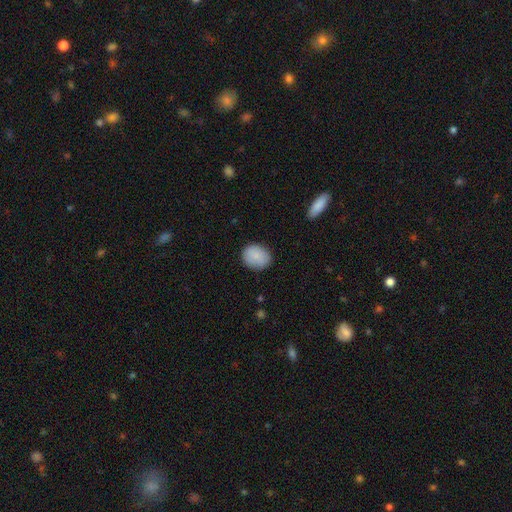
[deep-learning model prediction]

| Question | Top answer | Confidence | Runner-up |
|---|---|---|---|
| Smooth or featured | smooth | 88% | star or artifact (7%) |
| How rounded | round | 52% | in between (47%) |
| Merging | none | 85% | minor disturbance (11%) |